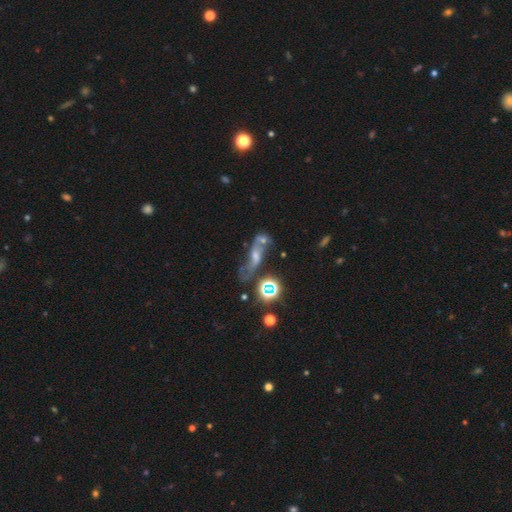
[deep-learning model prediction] Morphology: type=featured or disk (53%); edge-on=no (78%); merging=none (33%).